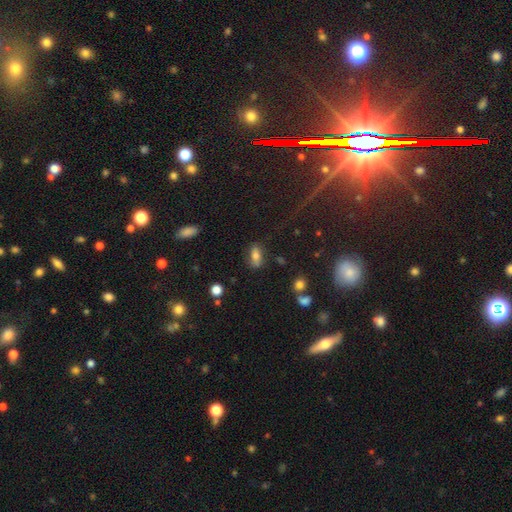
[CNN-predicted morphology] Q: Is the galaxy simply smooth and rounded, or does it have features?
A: smooth — 73%.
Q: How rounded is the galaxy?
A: in between — 76%.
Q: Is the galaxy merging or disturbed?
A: none — 75%.